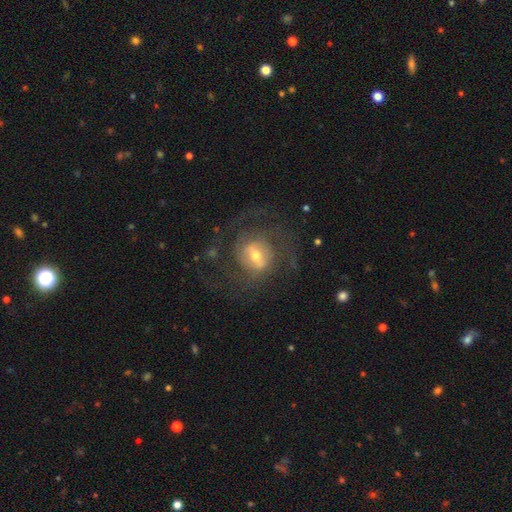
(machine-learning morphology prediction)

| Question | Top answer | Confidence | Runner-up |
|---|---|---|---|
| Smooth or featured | featured or disk | 74% | smooth (18%) |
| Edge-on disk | no | 96% | yes (4%) |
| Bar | weak | 47% | no (27%) |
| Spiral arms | yes | 81% | no (19%) |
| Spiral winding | medium | 44% | tight (31%) |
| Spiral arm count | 2 | 47% | can't tell (26%) |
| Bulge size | moderate | 57% | small (34%) |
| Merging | none | 62% | major disturbance (21%) |